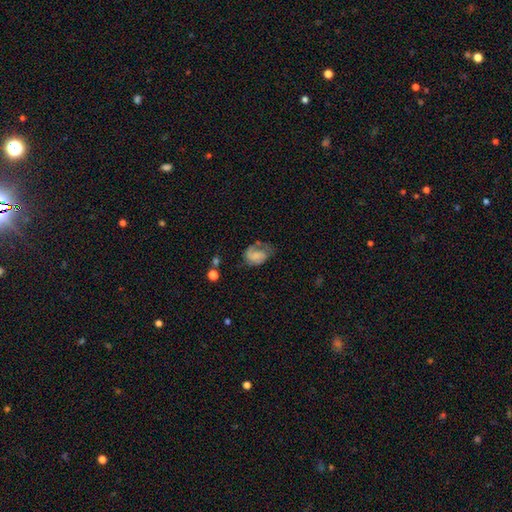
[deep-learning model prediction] This appears to be a featured or disk galaxy (47%). Merging: none (35%).